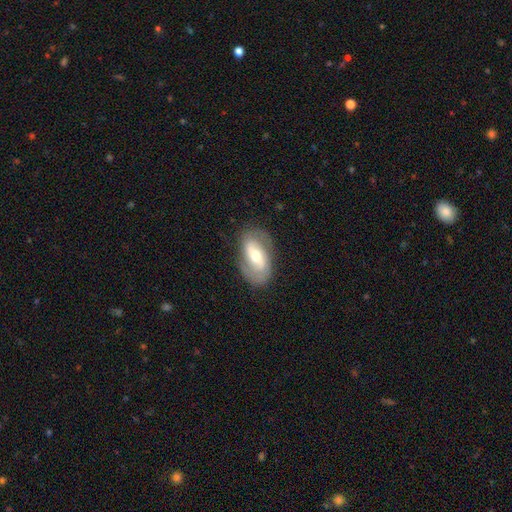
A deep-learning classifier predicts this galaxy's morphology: Q: Smooth or featured?
A: featured or disk (65%); runner-up: smooth (29%)
Q: Edge-on disk?
A: no (93%); runner-up: yes (7%)
Q: Bar?
A: weak (37%); tied with: strong (37%)
Q: Spiral arms?
A: yes (73%); runner-up: no (27%)
Q: Bulge size?
A: moderate (64%); runner-up: small (27%)
Q: Merging?
A: none (79%); runner-up: minor disturbance (14%)